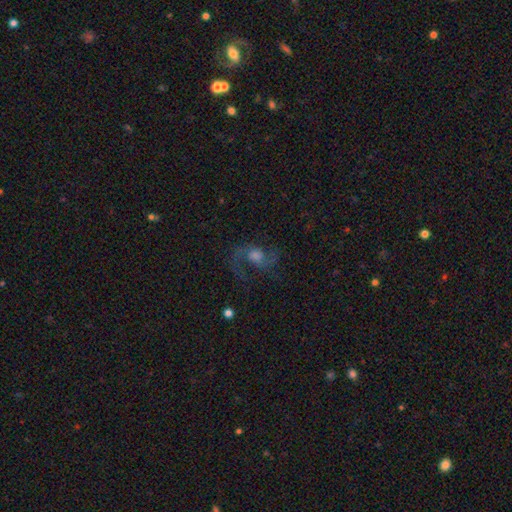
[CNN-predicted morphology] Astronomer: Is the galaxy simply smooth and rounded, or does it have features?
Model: featured or disk — 77%.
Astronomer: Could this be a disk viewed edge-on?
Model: no — 97%.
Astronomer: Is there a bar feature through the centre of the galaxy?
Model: no — 60%.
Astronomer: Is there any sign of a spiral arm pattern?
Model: yes — 93%.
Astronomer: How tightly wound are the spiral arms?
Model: loose — 54% (runner-up: medium, 40%).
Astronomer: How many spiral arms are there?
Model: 2 — 87%.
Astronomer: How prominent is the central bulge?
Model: moderate — 48% (runner-up: large, 26%).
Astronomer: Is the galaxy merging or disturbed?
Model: none — 66%.